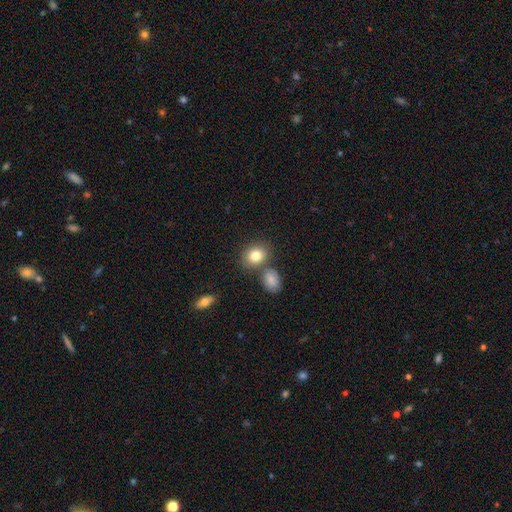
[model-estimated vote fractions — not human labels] smooth-or-featured: smooth: 82% | star or artifact: 9% | featured or disk: 9%
  how-rounded: round: 53% | in between: 46% | cigar-shaped: 1%
  merging: none: 65% | merger: 20% | minor disturbance: 11% | major disturbance: 3%